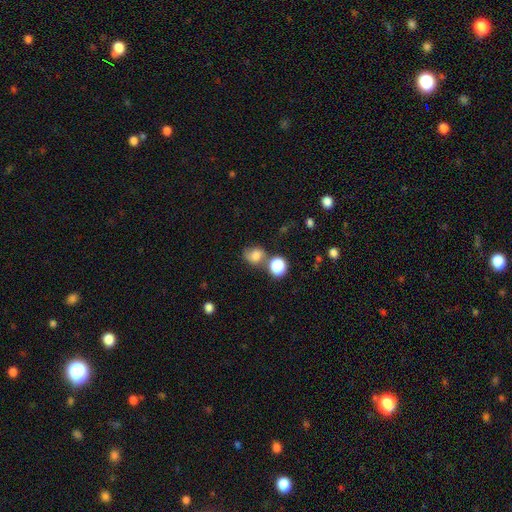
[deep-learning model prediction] smooth 71%, featured or disk 15%, star or artifact 14%. Down the decision tree: how rounded — round (63%); merging — none (50%).